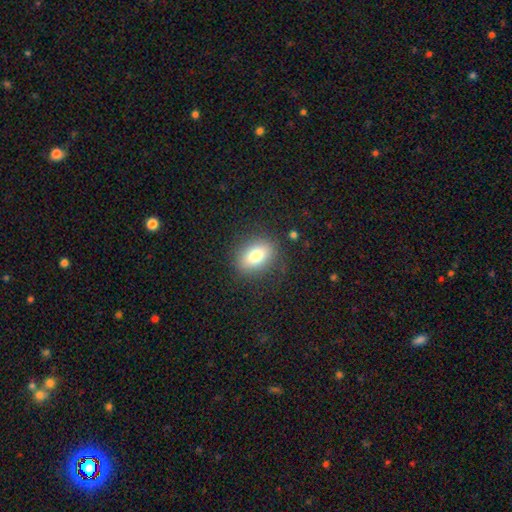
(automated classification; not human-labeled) This is likely a smooth galaxy (77%). How rounded: likely in between (68%). Merging: clearly none (81%).